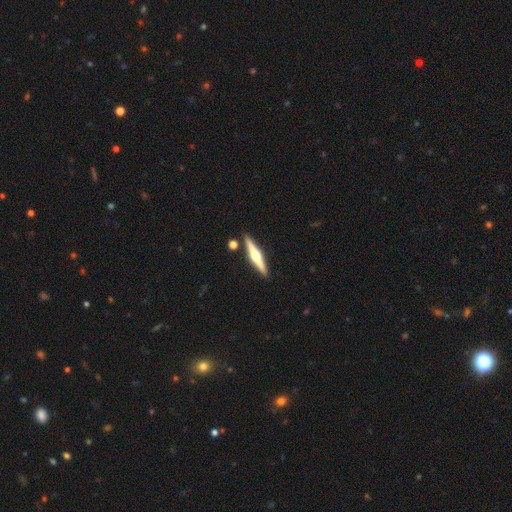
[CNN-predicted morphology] Smooth or featured? Predicted: featured or disk (p=0.72). Edge-on disk? Predicted: yes (p=0.98). Edge-on bulge? Predicted: rounded (p=0.93). Merging? Predicted: none (p=0.89).